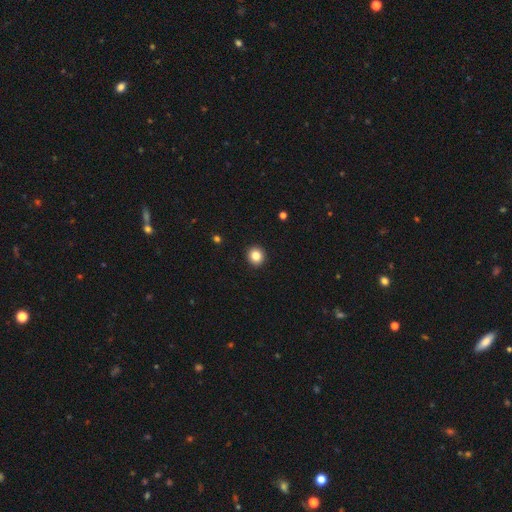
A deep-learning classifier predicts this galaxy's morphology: Smooth or featured: smooth — 84% (star or artifact — 10%)
How rounded: round — 91% (in between — 9%)
Merging: none — 93% (minor disturbance — 4%)